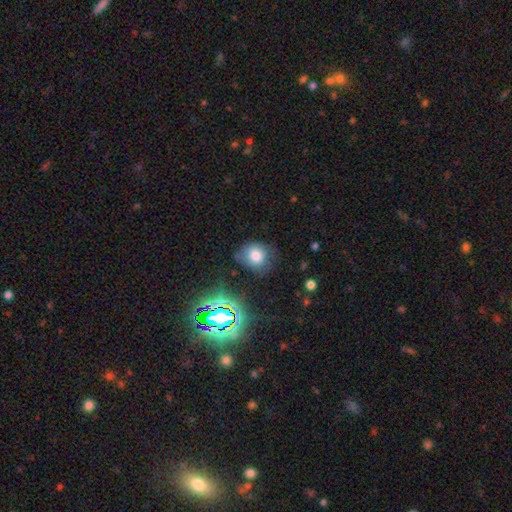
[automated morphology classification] smooth_or_featured: smooth (p=0.72) [alt: star or artifact p=0.15]
how_rounded: round (p=0.68) [alt: in between p=0.31]
merging: none (p=0.58) [alt: minor disturbance p=0.28]